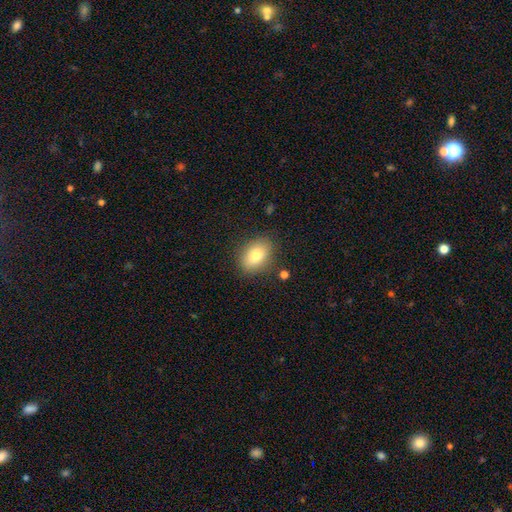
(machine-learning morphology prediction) A smooth galaxy with no disk features (79%) that is in between round and cigar-shaped (78%). Merging: none (83%).